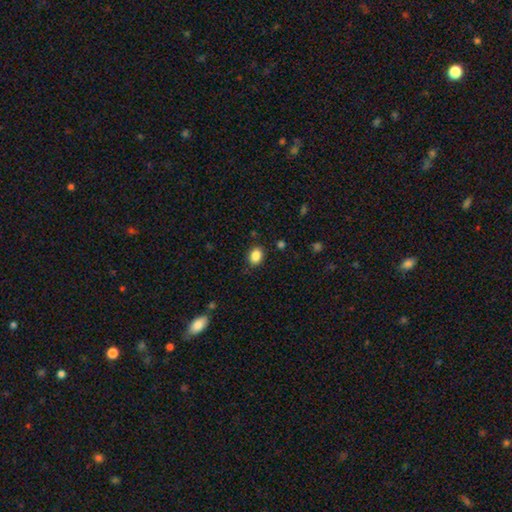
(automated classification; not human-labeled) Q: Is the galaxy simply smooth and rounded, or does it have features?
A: smooth — 87%.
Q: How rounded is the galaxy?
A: in between — 66%.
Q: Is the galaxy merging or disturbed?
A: none — 85%.